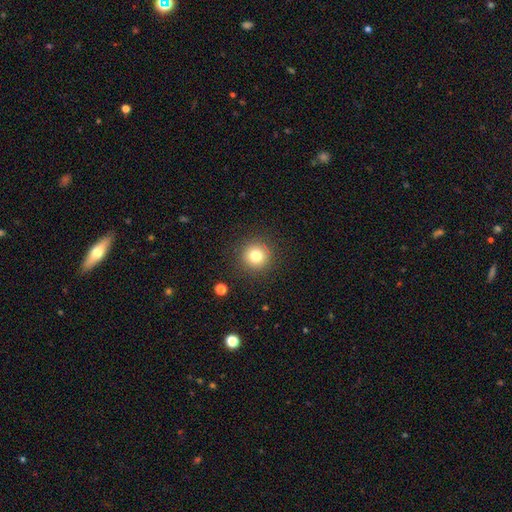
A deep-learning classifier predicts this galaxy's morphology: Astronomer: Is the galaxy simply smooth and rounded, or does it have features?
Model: smooth — 79%.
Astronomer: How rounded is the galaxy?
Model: round — 95%.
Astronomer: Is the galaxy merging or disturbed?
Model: none — 90%.